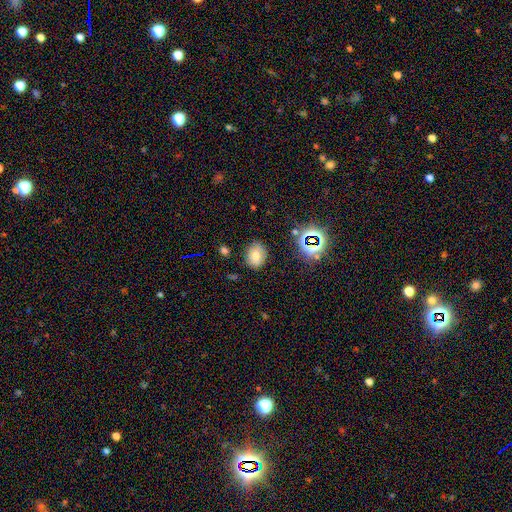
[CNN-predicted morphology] Smooth or featured: smooth — 61% (star or artifact — 24%)
How rounded: in between — 62% (round — 37%)
Merging: none — 82% (minor disturbance — 13%)